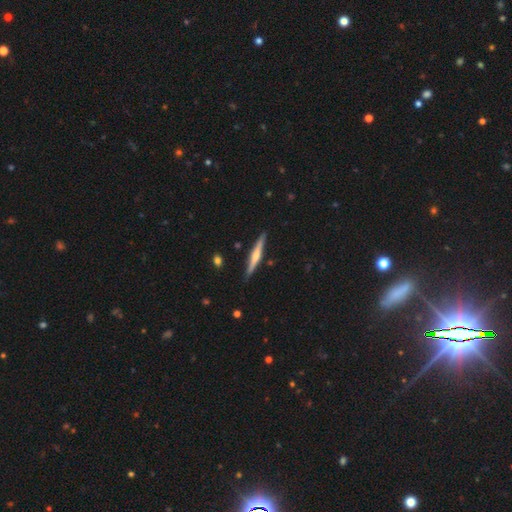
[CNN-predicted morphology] Smooth or featured? featured or disk (60%)
Edge-on disk? yes (97%)
Edge-on bulge? rounded (65%)
Merging? none (88%)